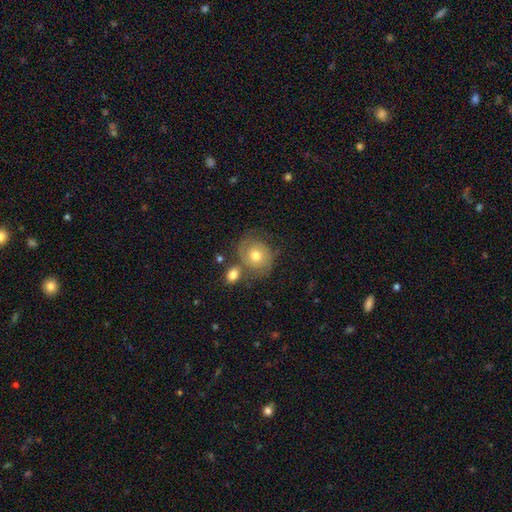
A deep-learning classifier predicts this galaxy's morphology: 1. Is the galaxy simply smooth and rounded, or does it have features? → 51% featured or disk, 40% smooth, 9% star or artifact.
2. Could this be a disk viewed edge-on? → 97% no, 3% yes.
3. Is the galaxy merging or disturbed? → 57% none, 18% minor disturbance, 16% merger, 9% major disturbance.